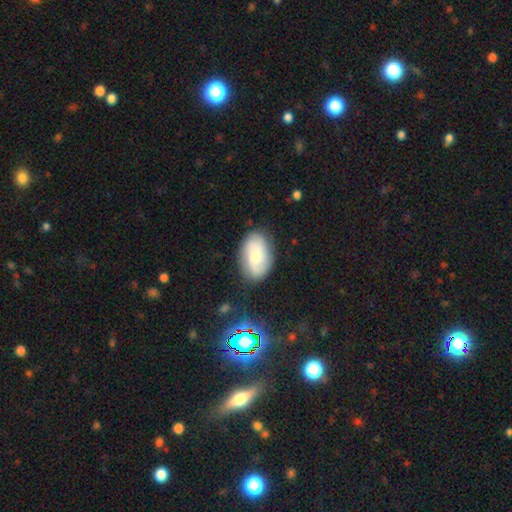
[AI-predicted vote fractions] The model was most divided on "smooth or featured": smooth: 51%, featured or disk: 40%, star or artifact: 9%. More confident: how rounded — in between (89%); merging — none (80%).